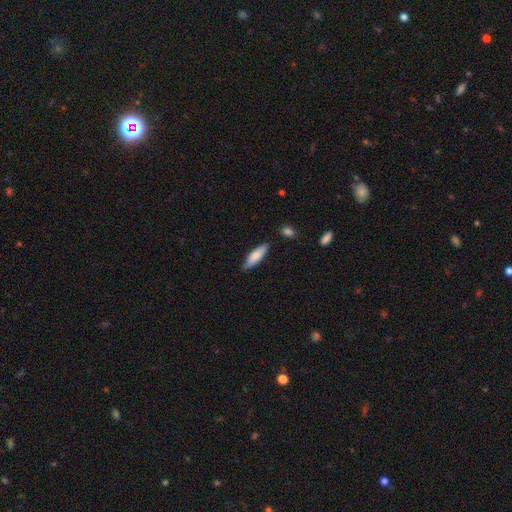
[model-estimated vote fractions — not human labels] Q: Smooth or featured?
A: smooth (76%); runner-up: featured or disk (19%)
Q: How rounded?
A: cigar-shaped (56%); runner-up: in between (42%)
Q: Merging?
A: none (82%); runner-up: minor disturbance (14%)